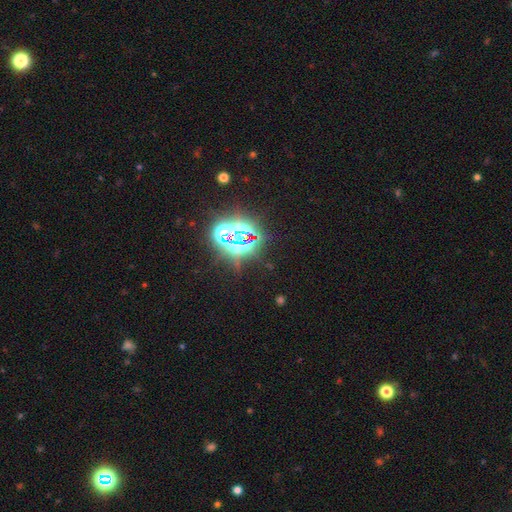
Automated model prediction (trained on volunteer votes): This appears to be a star or artifact, not a galaxy (81%).